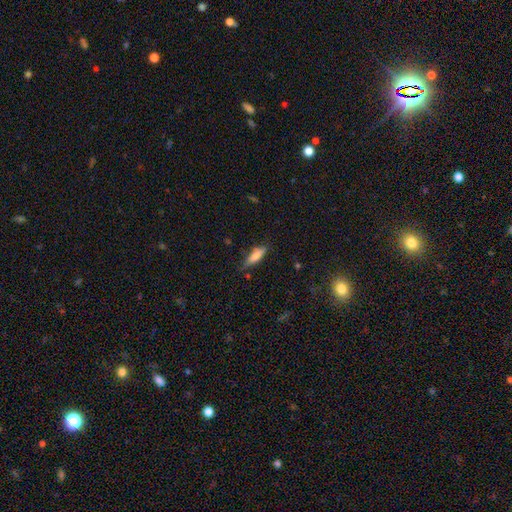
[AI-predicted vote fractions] Smooth or featured? smooth (72%)
How rounded? cigar-shaped (55%)
Merging? none (74%)